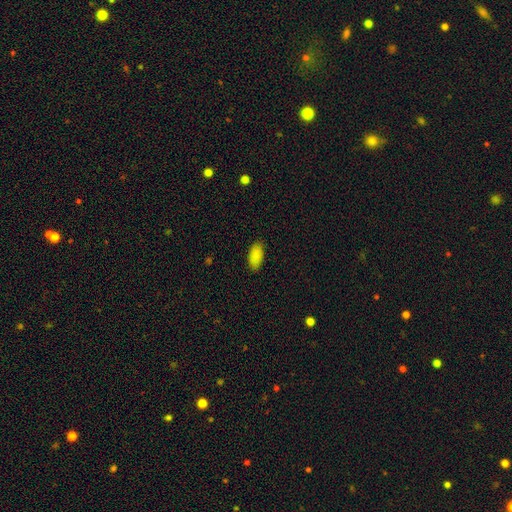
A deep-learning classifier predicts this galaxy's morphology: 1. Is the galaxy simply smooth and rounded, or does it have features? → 89% smooth, 7% star or artifact, 4% featured or disk.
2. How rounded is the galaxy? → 92% in between, 6% cigar-shaped, 2% round.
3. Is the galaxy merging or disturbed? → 87% none, 9% minor disturbance, 2% major disturbance, 1% merger.